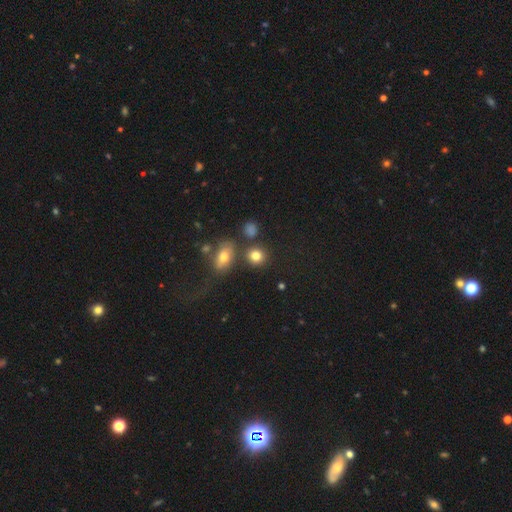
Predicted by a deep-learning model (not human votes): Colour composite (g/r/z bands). It shows a smooth galaxy with no disk features (80%) that is round (78%). Merging: none (73%).